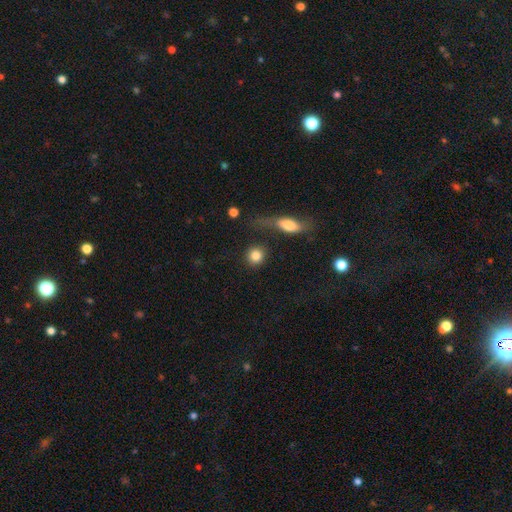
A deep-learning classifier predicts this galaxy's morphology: A smooth galaxy with no disk features (85%) that is round (87%). Merging: none (77%).